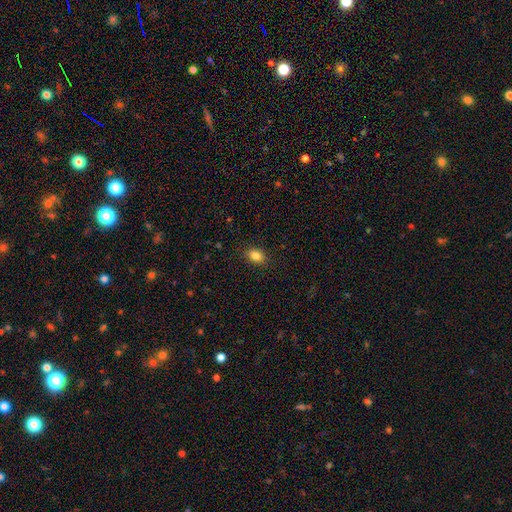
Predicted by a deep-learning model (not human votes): smooth-or-featured: smooth: 84% | star or artifact: 10% | featured or disk: 6%
  how-rounded: in between: 78% | round: 21% | cigar-shaped: 2%
  merging: none: 88% | minor disturbance: 9% | major disturbance: 2% | merger: 1%